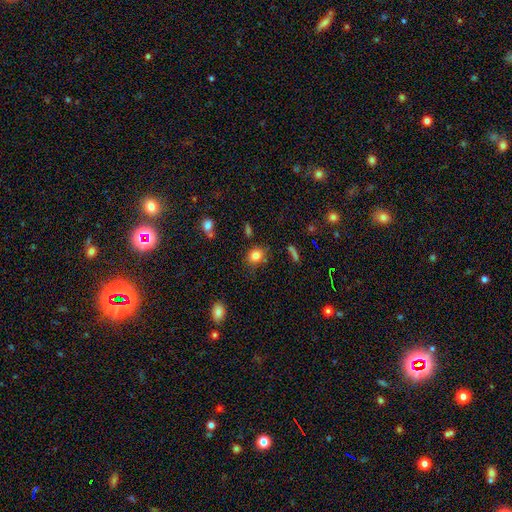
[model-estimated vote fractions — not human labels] This appears to be a smooth galaxy with no disk features (82%) that is round (54%). Merging: none (76%).